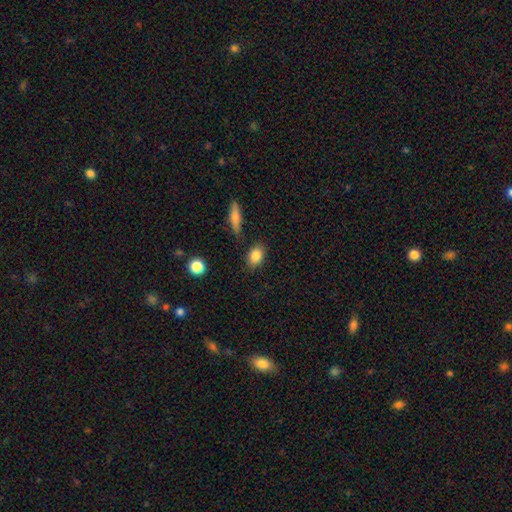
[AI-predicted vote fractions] smooth_or_featured: smooth (p=0.85) [alt: star or artifact p=0.08]
how_rounded: in between (p=0.74) [alt: round p=0.23]
merging: none (p=0.82) [alt: minor disturbance p=0.12]